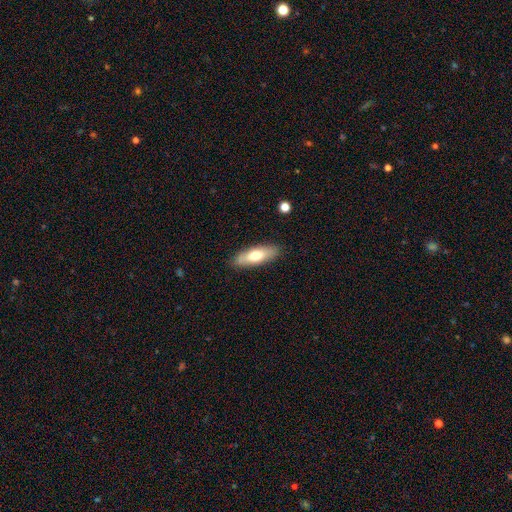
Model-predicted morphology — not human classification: Smooth or featured?
  - smooth: 66% *
  - featured or disk: 28%
  - star or artifact: 6%
How rounded?
  - in between: 59% *
  - cigar-shaped: 39%
  - round: 2%
Merging?
  - none: 87% *
  - minor disturbance: 10%
  - major disturbance: 2%
  - merger: 1%